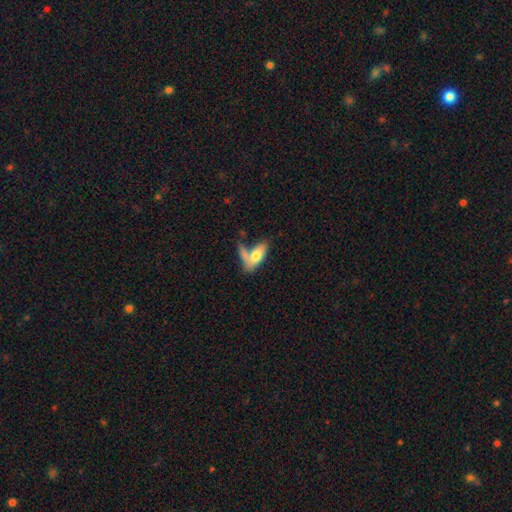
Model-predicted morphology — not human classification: type=smooth (70%); roundness=in between (77%); merging=merger (40%).